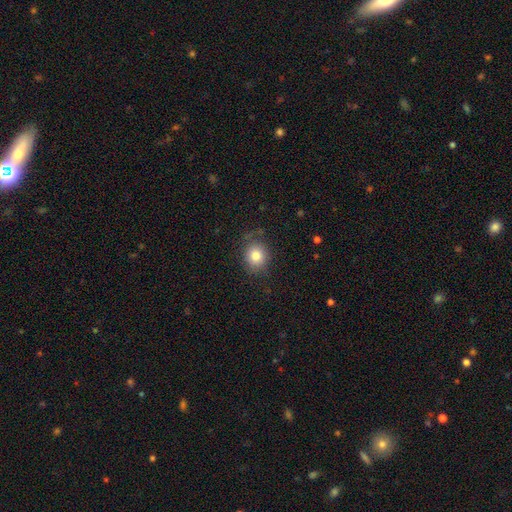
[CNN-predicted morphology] Smooth or featured? smooth (81%)
How rounded? round (72%)
Merging? none (78%)